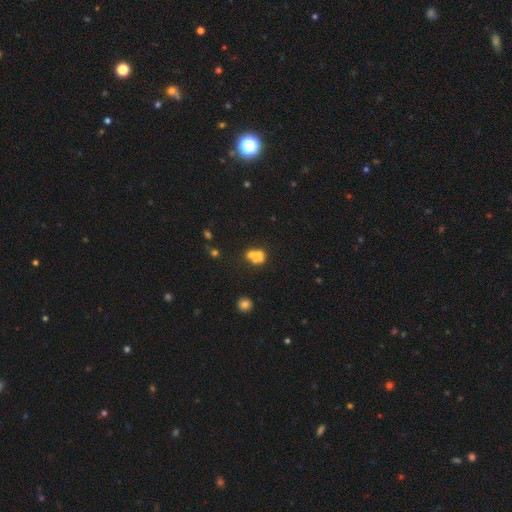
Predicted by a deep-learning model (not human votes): Smooth or featured? smooth (52%)
How rounded? round (59%)
Merging? merger (57%)